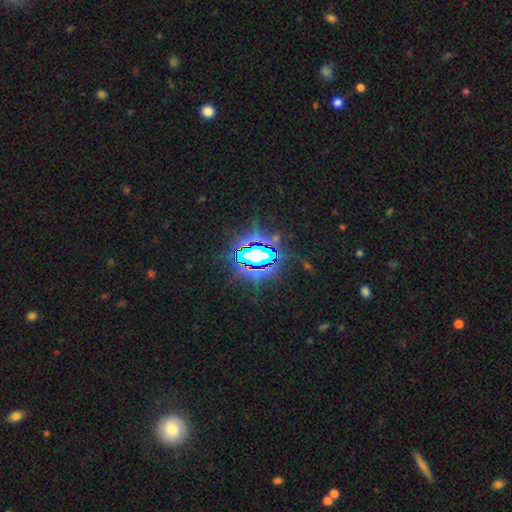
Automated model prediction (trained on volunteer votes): smooth_or_featured: star or artifact (p=0.80) [alt: featured or disk p=0.10]